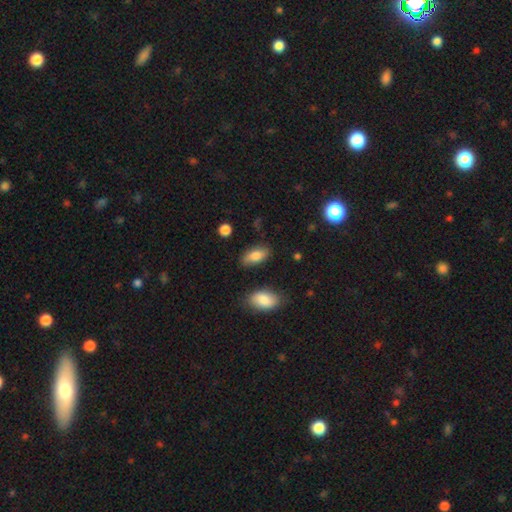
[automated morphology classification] Smooth or featured? smooth (81%)
How rounded? in between (91%)
Merging? none (81%)